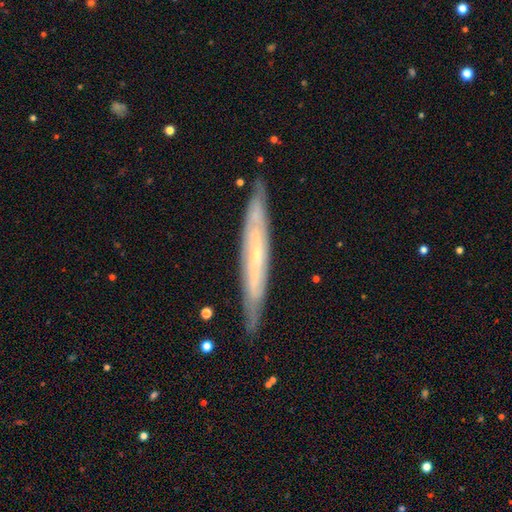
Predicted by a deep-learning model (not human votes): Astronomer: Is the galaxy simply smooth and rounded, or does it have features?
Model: featured or disk — 69%.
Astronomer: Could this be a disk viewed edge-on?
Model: yes — 76%.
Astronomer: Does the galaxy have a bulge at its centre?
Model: none — 68%.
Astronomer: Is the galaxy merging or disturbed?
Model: none — 83%.